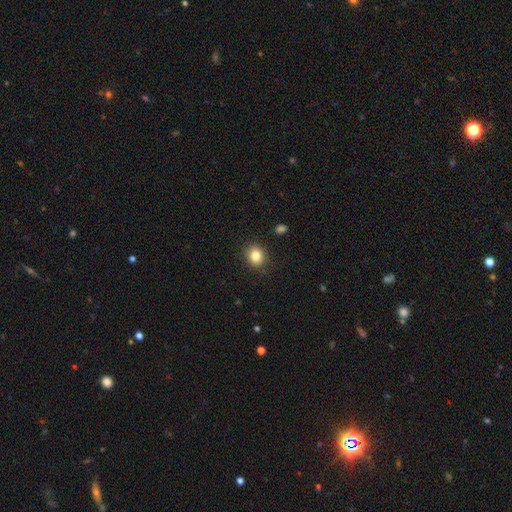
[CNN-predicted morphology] This appears to be a smooth galaxy with no disk features (84%) that is round (67%). Merging: none (88%).